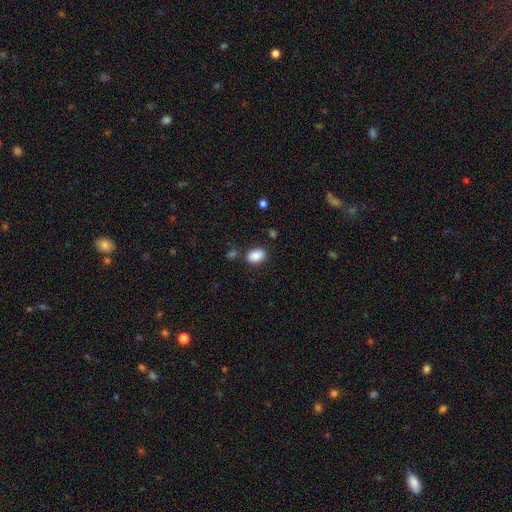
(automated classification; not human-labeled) Smooth or featured? smooth (89%)
How rounded? in between (86%)
Merging? none (80%)